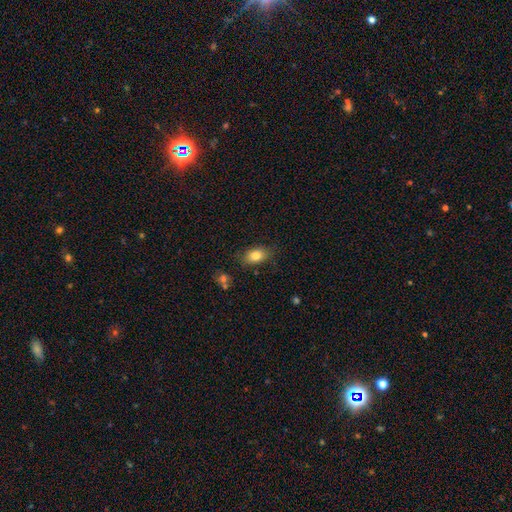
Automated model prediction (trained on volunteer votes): smooth 83%, featured or disk 9%, star or artifact 9%. Down the decision tree: how rounded — in between (84%); merging — none (79%).